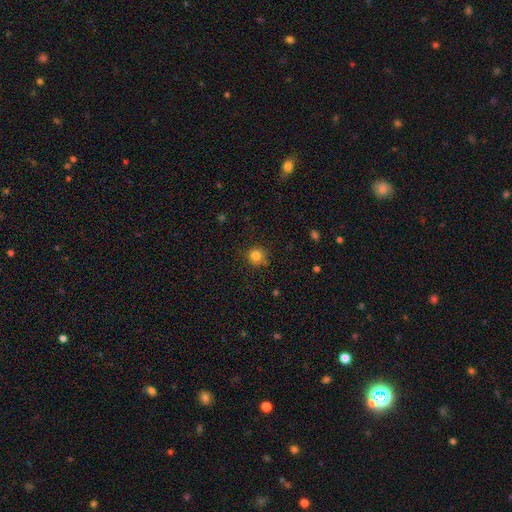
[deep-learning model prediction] A smooth galaxy with no disk features (83%) that is round (92%).

Vote fractions:
- Smooth or featured? smooth: 83% / star or artifact: 12% / featured or disk: 5%
- How rounded? round: 92% / in between: 7% / cigar-shaped: 1%
- Merging? none: 85% / minor disturbance: 11% / major disturbance: 3% / merger: 2%